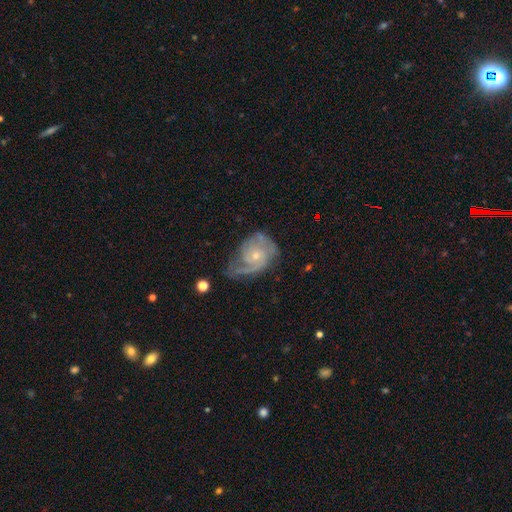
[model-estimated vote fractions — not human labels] Smooth or featured?
  - featured or disk: 82% *
  - smooth: 12%
  - star or artifact: 6%
Edge-on disk?
  - no: 97% *
  - yes: 3%
Bar?
  - no: 72% *
  - weak: 25%
  - strong: 4%
Spiral arms?
  - yes: 94% *
  - no: 6%
Spiral winding?
  - medium: 43% *
  - tight: 38%
  - loose: 18%
Spiral arm count?
  - 2: 55% *
  - can't tell: 16%
  - 1: 14%
  - 3: 10%
  - 4: 3%
  - more than 4: 2%
Bulge size?
  - small: 63% *
  - moderate: 32%
  - none: 2%
  - large: 2%
  - dominant: 1%
Merging?
  - none: 48% *
  - minor disturbance: 28%
  - major disturbance: 22%
  - merger: 3%